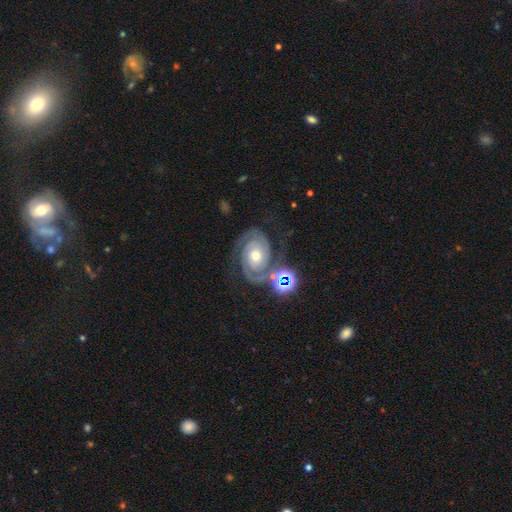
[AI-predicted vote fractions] This appears to be a featured or disk galaxy (87%) with no bar (75%), 2 (87%) tight (66%) spiral arms (98%) and a moderate central bulge (61%). Merging: none (71%).